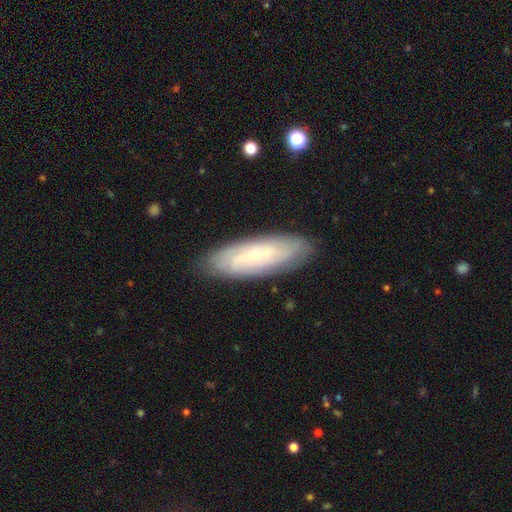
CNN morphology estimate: Smooth or featured? Predicted: featured or disk (p=0.62). Edge-on disk? Predicted: no (p=0.83). Bar? Predicted: no (p=0.77). Spiral arms? Predicted: yes (p=0.80). Bulge size? Predicted: small (p=0.81). Merging? Predicted: none (p=0.84).